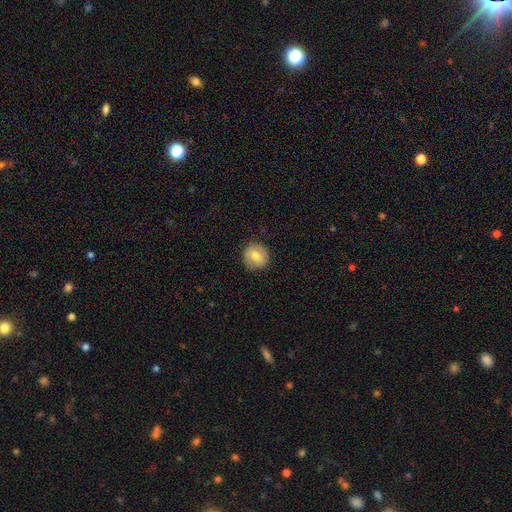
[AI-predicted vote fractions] A smooth galaxy with no disk features (68%) that is round (88%). Merging: none (87%).